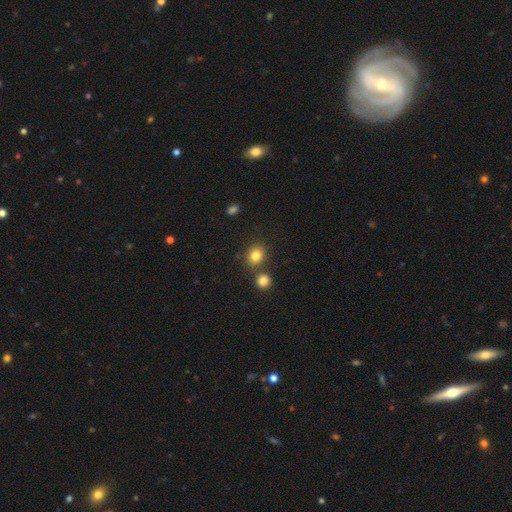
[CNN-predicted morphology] Smooth or featured? smooth (82%)
How rounded? round (74%)
Merging? none (72%)